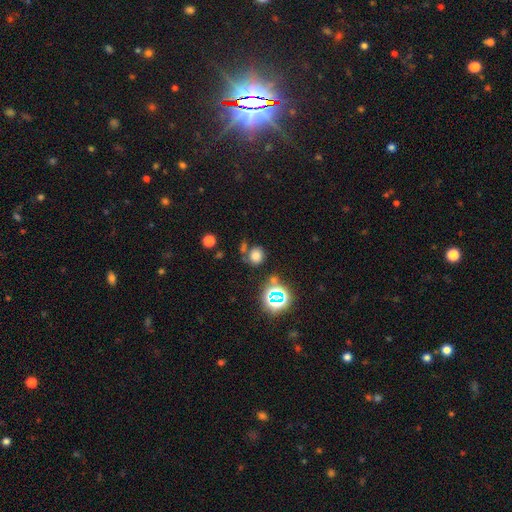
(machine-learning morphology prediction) Smooth or featured? smooth (69%)
How rounded? round (84%)
Merging? none (66%)